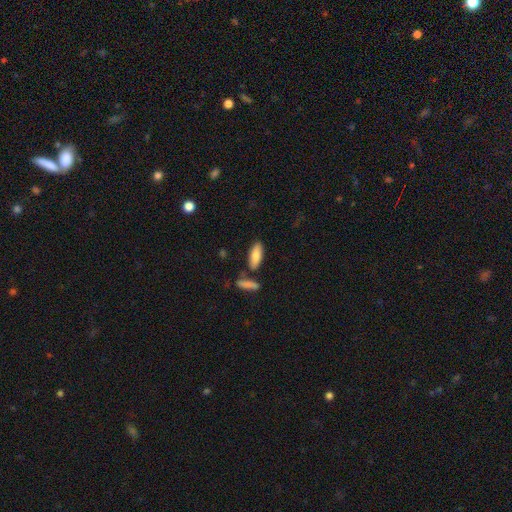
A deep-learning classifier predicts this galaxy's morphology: smooth 84%, featured or disk 10%, star or artifact 6%. Down the decision tree: how rounded — in between (73%); merging — none (74%).